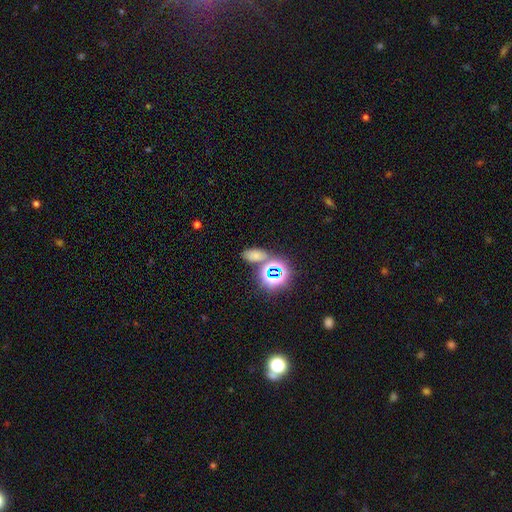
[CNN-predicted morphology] Smooth or featured? smooth (58%)
How rounded? in between (82%)
Merging? none (64%)